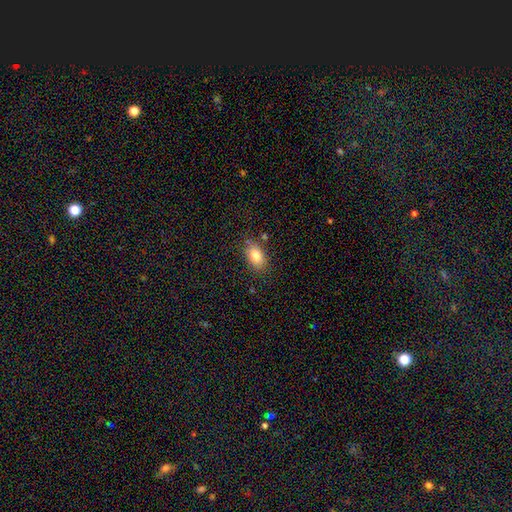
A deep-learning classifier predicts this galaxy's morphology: This is clearly a smooth galaxy (81%). How rounded: clearly in between (86%). Merging: likely none (80%).